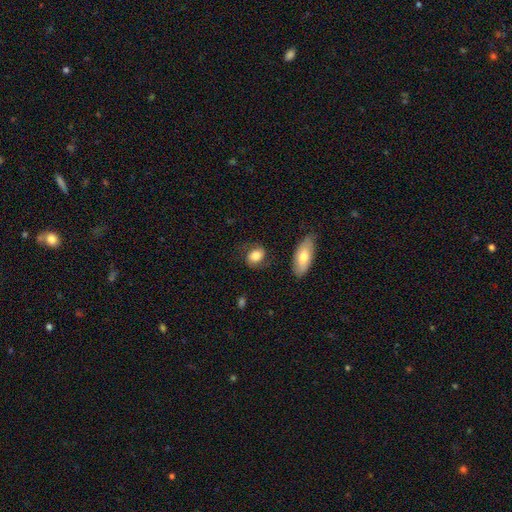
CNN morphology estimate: This appears to be a smooth galaxy with no disk features (64%) that is in between round and cigar-shaped (65%). Merging: none (68%).